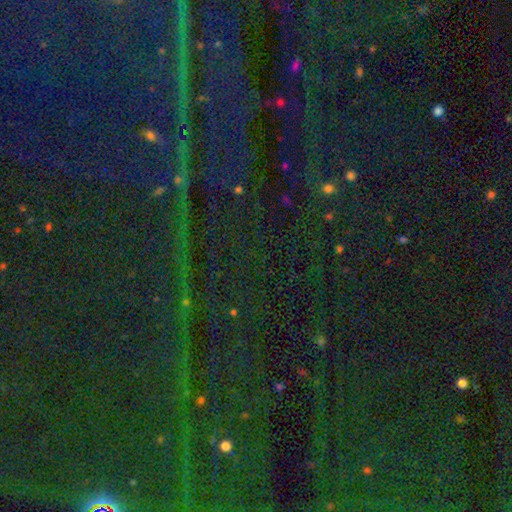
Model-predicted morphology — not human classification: This is clearly a star or artifact rather than a galaxy (85%).